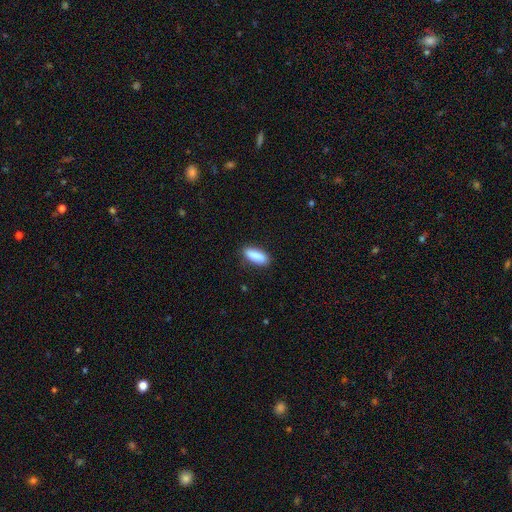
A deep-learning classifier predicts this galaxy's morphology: A smooth galaxy with no disk features (89%) that is in between round and cigar-shaped (67%). Merging: none (87%).